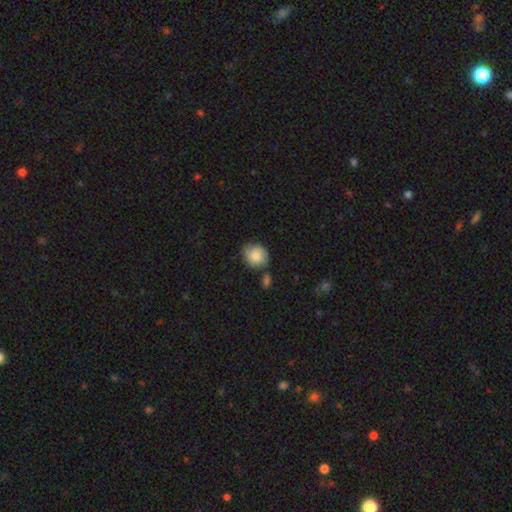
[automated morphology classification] type=smooth (74%); roundness=round (73%); merging=none (67%).